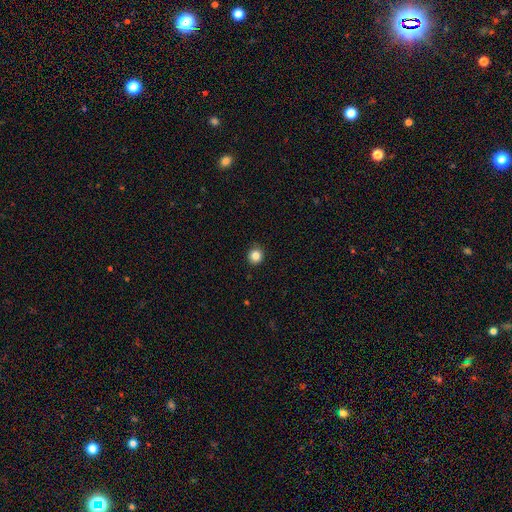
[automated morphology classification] This is clearly a smooth galaxy (85%). How rounded: clearly round (91%). Merging: clearly none (90%).